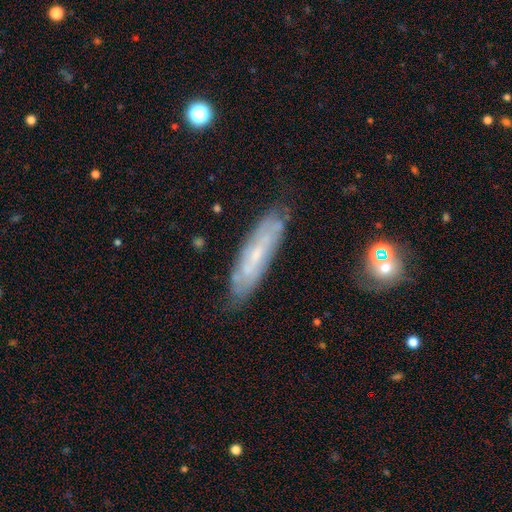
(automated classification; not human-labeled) featured or disk 61%, smooth 31%, star or artifact 8%. Down the decision tree: edge-on disk — no (65%); merging — none (76%).